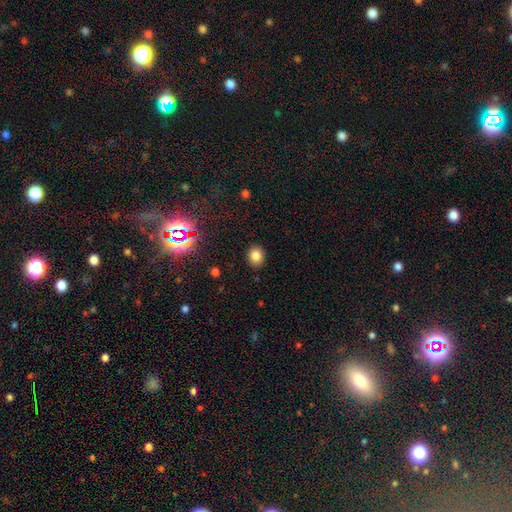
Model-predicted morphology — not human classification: Smooth or featured: smooth — 80% (star or artifact — 14%)
How rounded: round — 63% (in between — 36%)
Merging: none — 89% (minor disturbance — 7%)